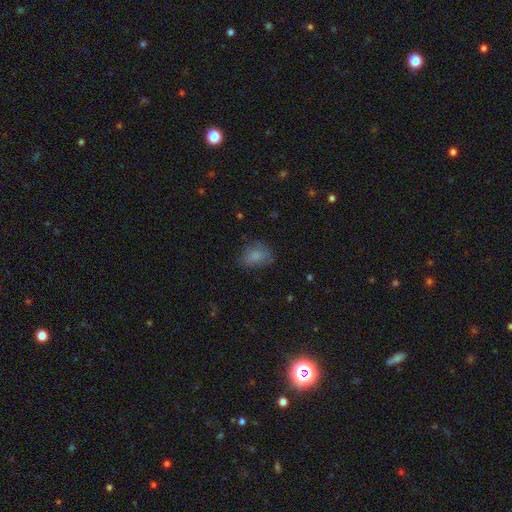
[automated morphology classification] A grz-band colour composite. It shows a smooth galaxy with no disk features (78%) that is in between round and cigar-shaped (66%). Merging: none (64%).